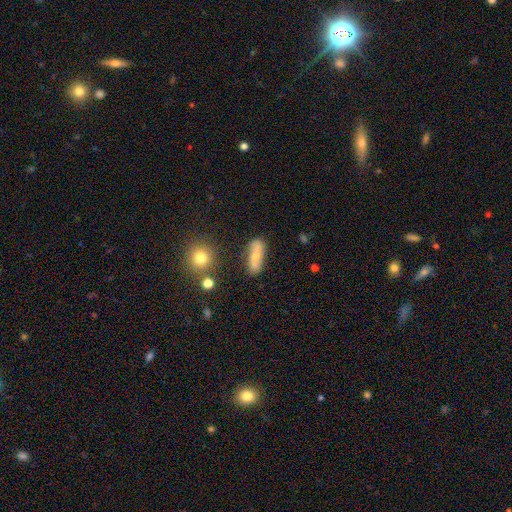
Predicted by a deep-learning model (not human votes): Q: Smooth or featured?
A: smooth (50%); runner-up: featured or disk (42%)
Q: Merging?
A: none (70%); runner-up: minor disturbance (17%)